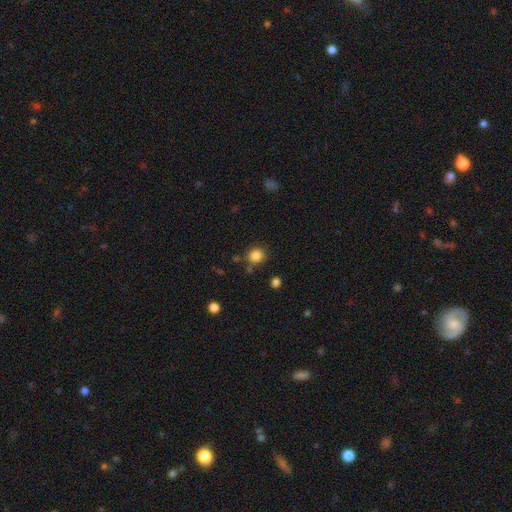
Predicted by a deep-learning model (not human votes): Q: Smooth or featured?
A: smooth (84%); runner-up: star or artifact (11%)
Q: How rounded?
A: round (86%); runner-up: in between (13%)
Q: Merging?
A: none (80%); runner-up: minor disturbance (11%)